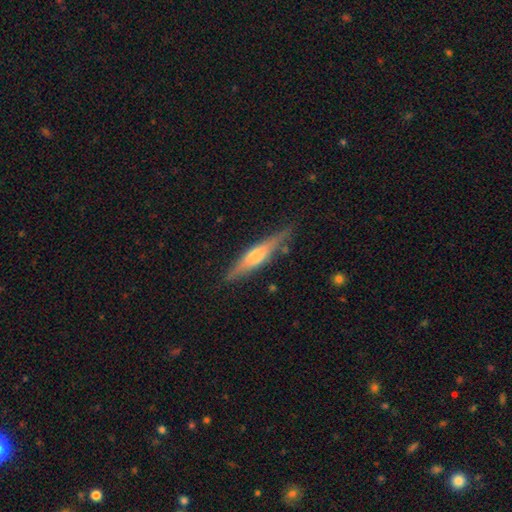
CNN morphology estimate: Overall: featured or disk (53%; smooth 41%). Edge-on disk: yes (94%). Merging: none (83%).